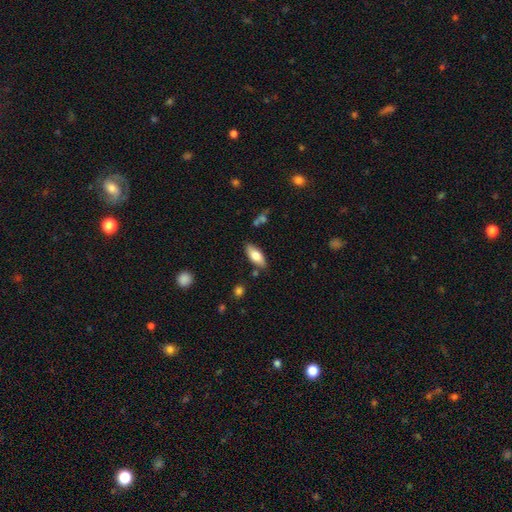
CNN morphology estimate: Smooth or featured?
  - smooth: 76% *
  - featured or disk: 18%
  - star or artifact: 6%
How rounded?
  - in between: 82% *
  - cigar-shaped: 16%
  - round: 2%
Merging?
  - none: 81% *
  - minor disturbance: 13%
  - merger: 4%
  - major disturbance: 2%